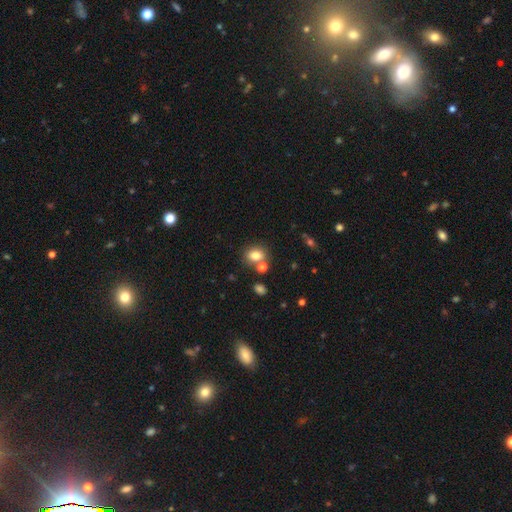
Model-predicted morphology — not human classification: smooth 80%, star or artifact 11%, featured or disk 9%. Down the decision tree: how rounded — round (51%); merging — none (64%).